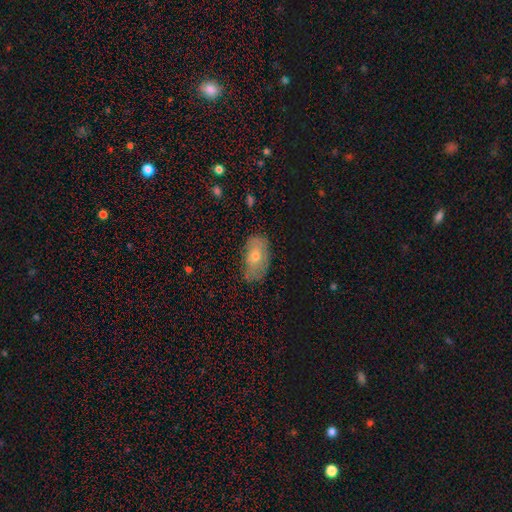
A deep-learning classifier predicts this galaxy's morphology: smooth 53%, featured or disk 36%, star or artifact 11%. Down the decision tree: how rounded — in between (90%); merging — none (73%).